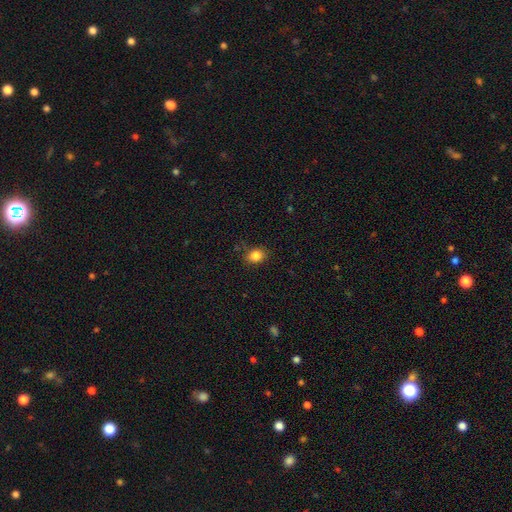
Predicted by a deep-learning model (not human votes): smooth 84%, star or artifact 10%, featured or disk 6%. Down the decision tree: how rounded — in between (58%); merging — none (83%).